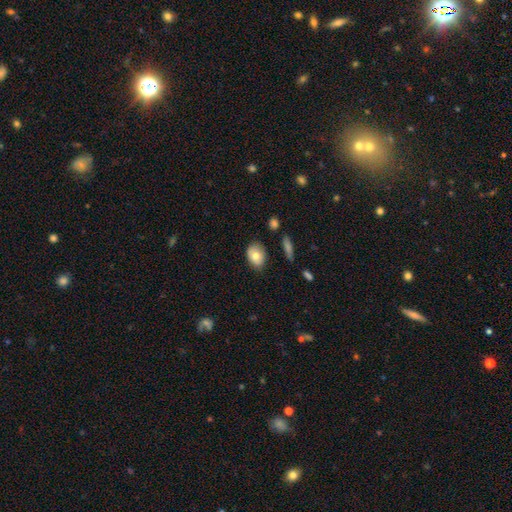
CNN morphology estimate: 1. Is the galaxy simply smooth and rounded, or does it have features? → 74% smooth, 18% featured or disk, 8% star or artifact.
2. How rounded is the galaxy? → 73% in between, 26% round, 2% cigar-shaped.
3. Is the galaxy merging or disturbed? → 73% none, 20% minor disturbance, 4% major disturbance, 2% merger.